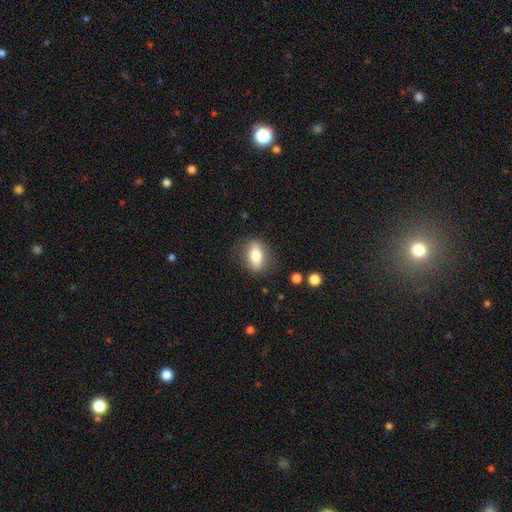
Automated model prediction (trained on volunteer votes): Overall: smooth (73%). How rounded: in between (78%). Merging: none (82%).